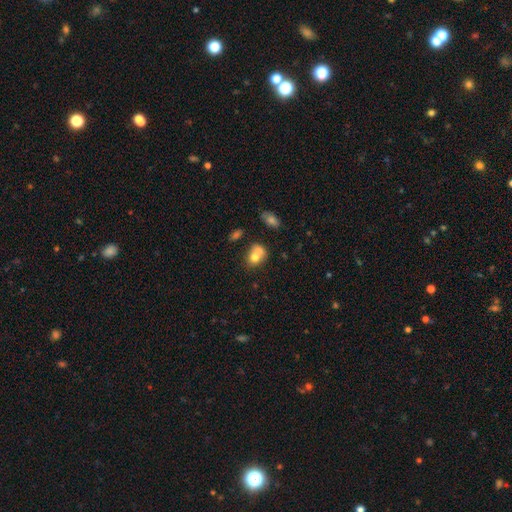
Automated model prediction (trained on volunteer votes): A smooth galaxy with no disk features (72%) that is round (54%). Merging: merger (58%).